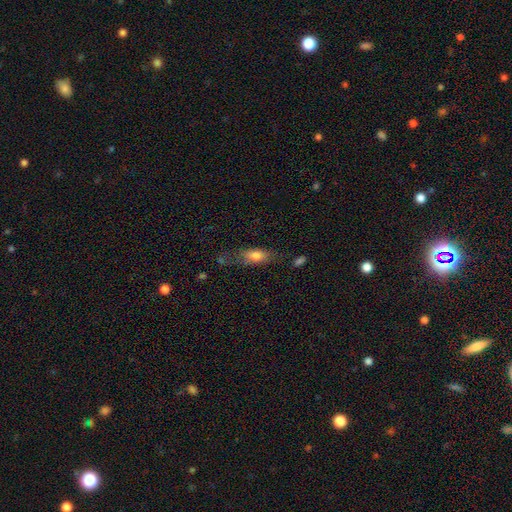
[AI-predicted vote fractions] Smooth or featured? Predicted: smooth (p=0.73). How rounded? Predicted: in between (p=0.69). Merging? Predicted: none (p=0.55).